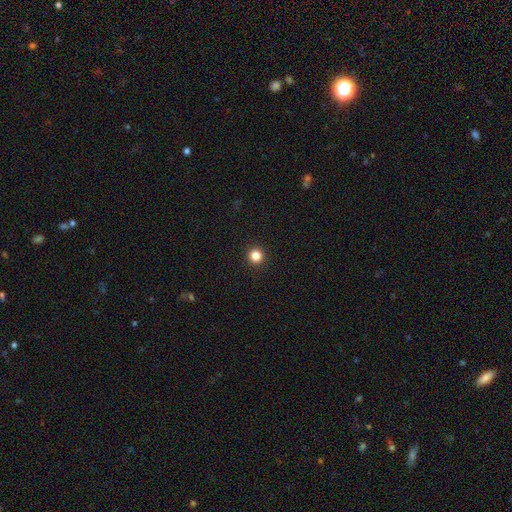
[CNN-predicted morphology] Overall: smooth (84%). How rounded: round (95%). Merging: none (94%).